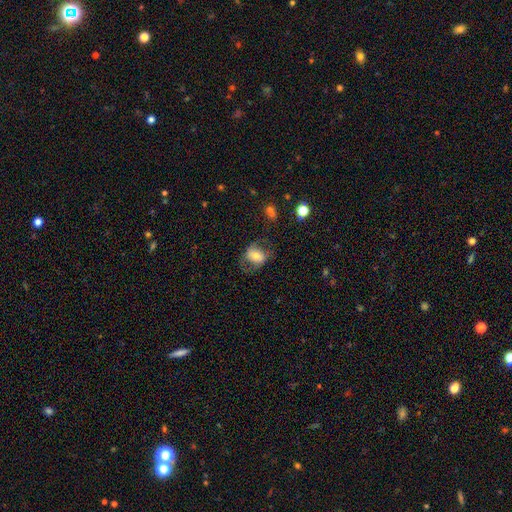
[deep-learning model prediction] The model was most divided on "smooth or featured": smooth: 54%, featured or disk: 37%, star or artifact: 9%. More confident: how rounded — in between (60%); merging — none (56%).